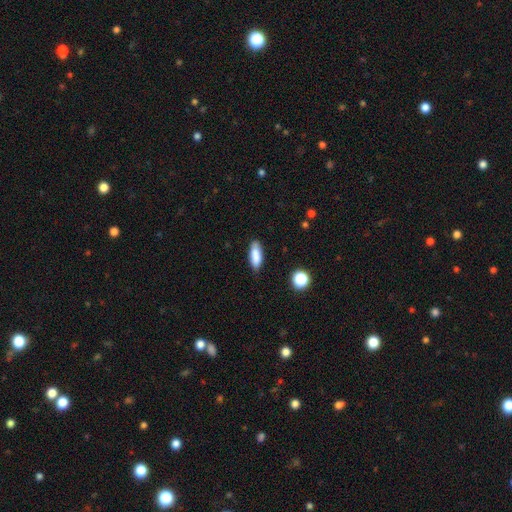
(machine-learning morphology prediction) The model was most divided on "how rounded": in between: 69%, cigar-shaped: 29%, round: 2%. More confident: smooth or featured — smooth (84%); merging — none (80%).